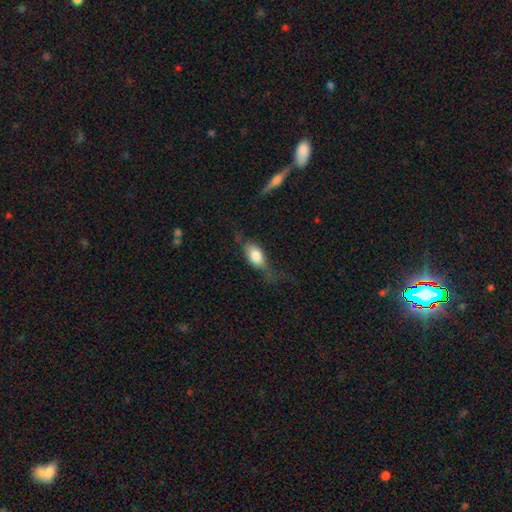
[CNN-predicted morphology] Smooth or featured? smooth (69%)
How rounded? in between (82%)
Merging? none (43%)